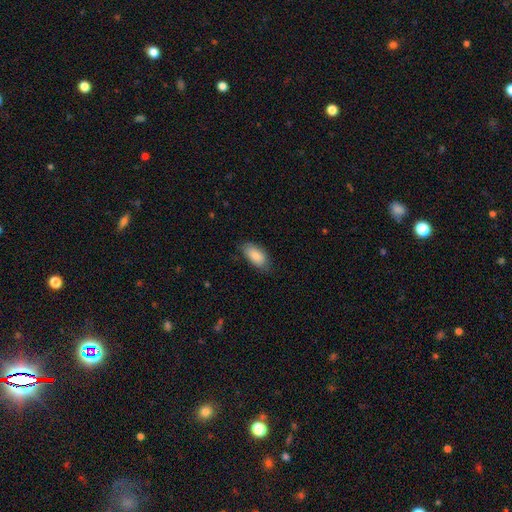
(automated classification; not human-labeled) Smooth or featured? smooth (86%)
How rounded? in between (92%)
Merging? none (77%)